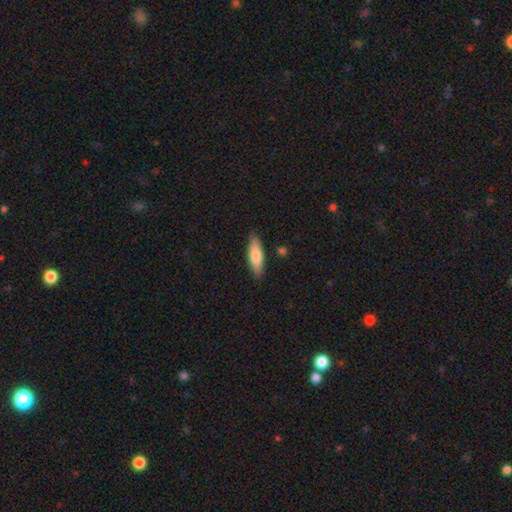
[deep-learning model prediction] The model was most divided on "how rounded": cigar-shaped: 56%, in between: 43%, round: 2%. More confident: merging — none (87%); smooth or featured — smooth (75%).